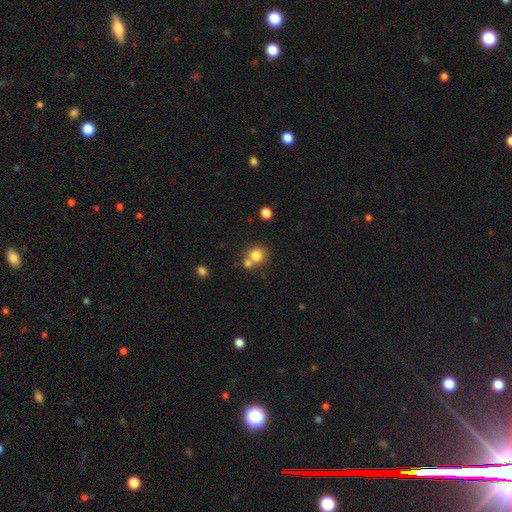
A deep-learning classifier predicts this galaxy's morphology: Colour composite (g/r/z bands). It shows a smooth galaxy with no disk features (80%) that is round (86%). Merging: none (51%).